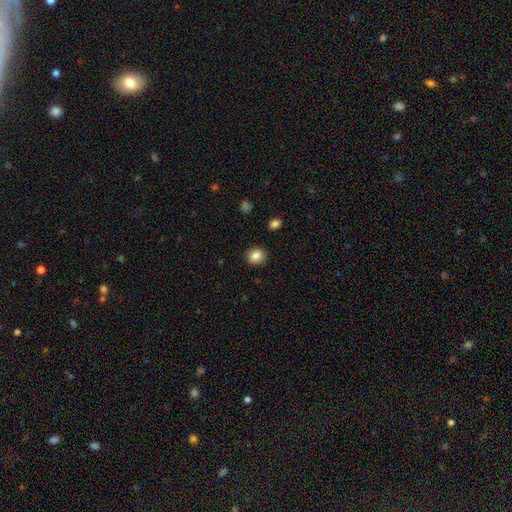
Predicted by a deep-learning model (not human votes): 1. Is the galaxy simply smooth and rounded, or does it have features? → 86% smooth, 9% star or artifact, 5% featured or disk.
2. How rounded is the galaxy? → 74% round, 25% in between, 1% cigar-shaped.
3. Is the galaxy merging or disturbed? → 89% none, 8% minor disturbance, 2% major disturbance, 1% merger.